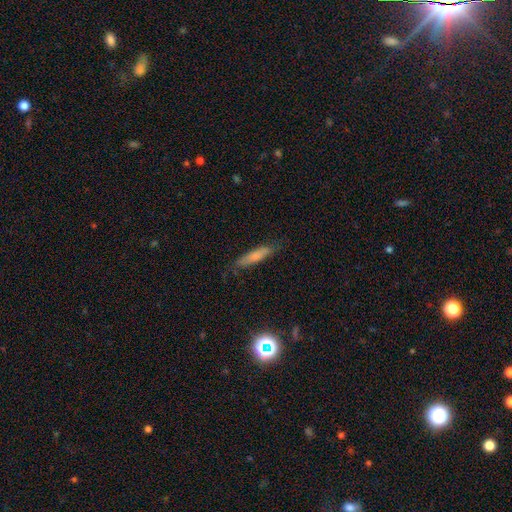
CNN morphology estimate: smooth-or-featured: smooth: 70% | featured or disk: 21% | star or artifact: 9%
  how-rounded: cigar-shaped: 83% | in between: 15% | round: 2%
  merging: none: 78% | minor disturbance: 17% | major disturbance: 4% | merger: 1%